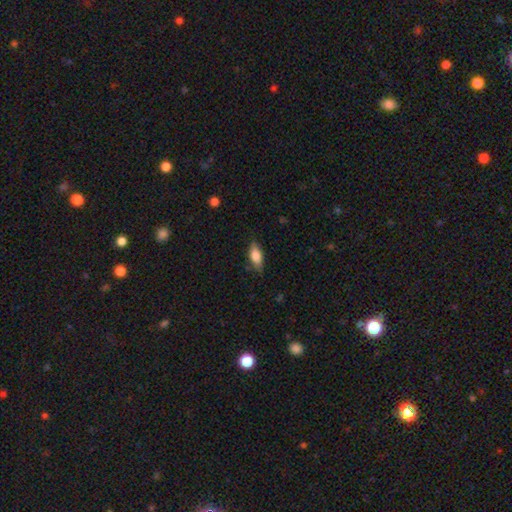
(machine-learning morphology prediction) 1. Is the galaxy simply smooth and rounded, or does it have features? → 79% smooth, 14% featured or disk, 7% star or artifact.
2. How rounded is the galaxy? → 83% in between, 14% cigar-shaped, 3% round.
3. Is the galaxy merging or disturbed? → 79% none, 17% minor disturbance, 3% major disturbance, 1% merger.